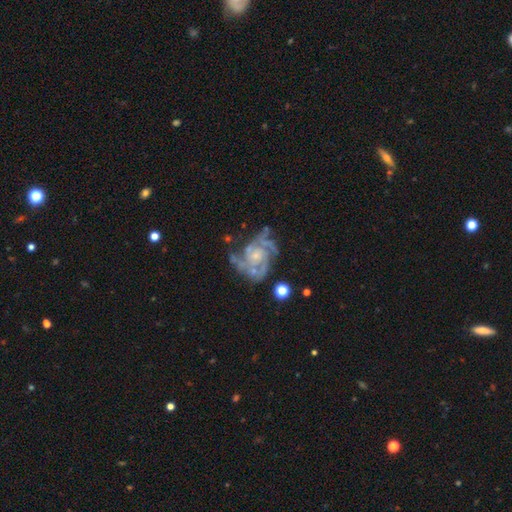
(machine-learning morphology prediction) smooth-or-featured: featured or disk: 89% | star or artifact: 6% | smooth: 5%
  disk-edge-on: no: 98% | yes: 2%
    bar: no: 70% | weak: 24% | strong: 6%
    has-spiral-arms: yes: 97% | no: 3%
      spiral-winding: tight: 53% | medium: 40% | loose: 7%
      spiral-arm-count: 3: 36% | 2: 20% | 4: 17% | can't tell: 14% | more than 4: 6% | 1: 6%
    bulge-size: small: 61% | moderate: 24% | none: 11% | large: 2% | dominant: 1%
  merging: none: 58% | minor disturbance: 22% | major disturbance: 15% | merger: 5%